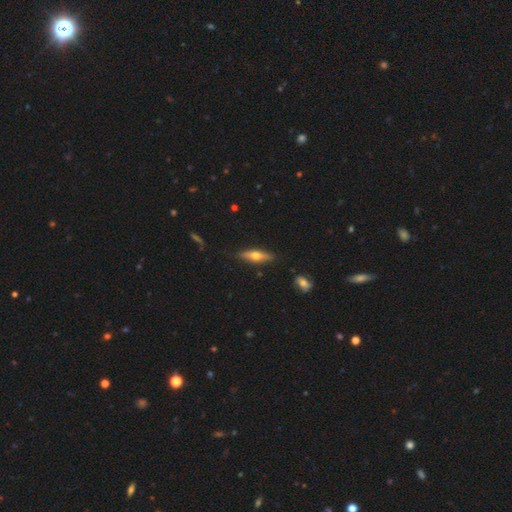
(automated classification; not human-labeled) Overall: featured or disk (53%; smooth 41%). Edge-on disk: yes (92%). Merging: none (85%).